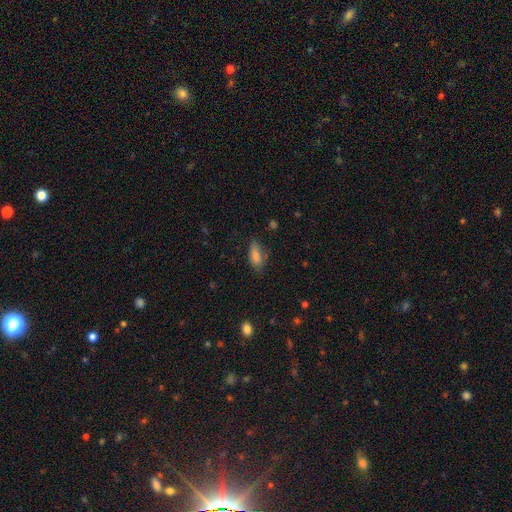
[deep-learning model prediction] Morphology: type=smooth (78%); roundness=in between (73%); merging=none (70%).